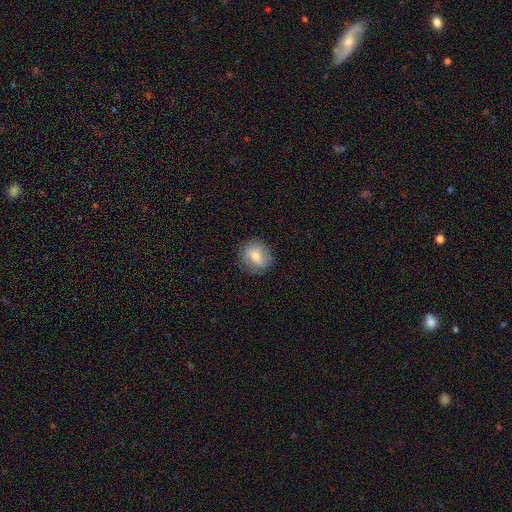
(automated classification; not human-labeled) This appears to be a smooth galaxy with no disk features (73%) that is round (77%). Merging: none (84%).